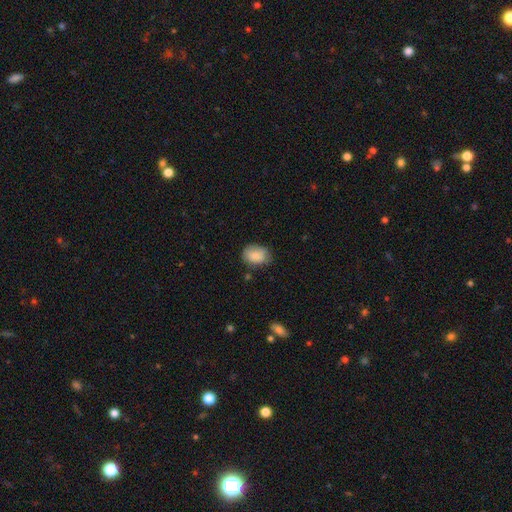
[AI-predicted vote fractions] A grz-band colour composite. It shows a smooth galaxy with no disk features (84%) that is in between round and cigar-shaped (76%). Merging: none (69%).